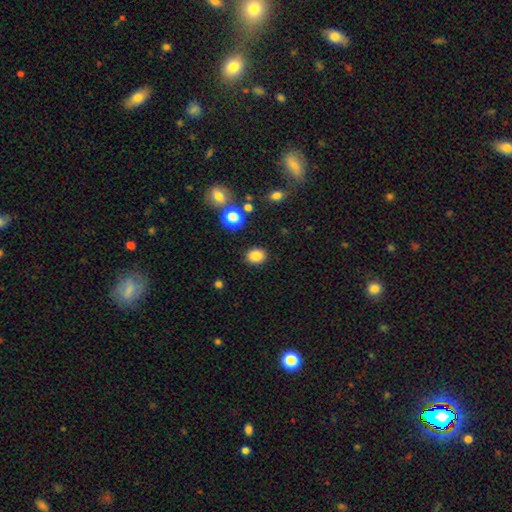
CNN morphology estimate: A smooth galaxy with no disk features (82%) that is round (61%).

Vote fractions:
- Smooth or featured? smooth: 82% / star or artifact: 12% / featured or disk: 6%
- How rounded? round: 61% / in between: 38% / cigar-shaped: 1%
- Merging? none: 88% / minor disturbance: 7% / major disturbance: 2% / merger: 2%